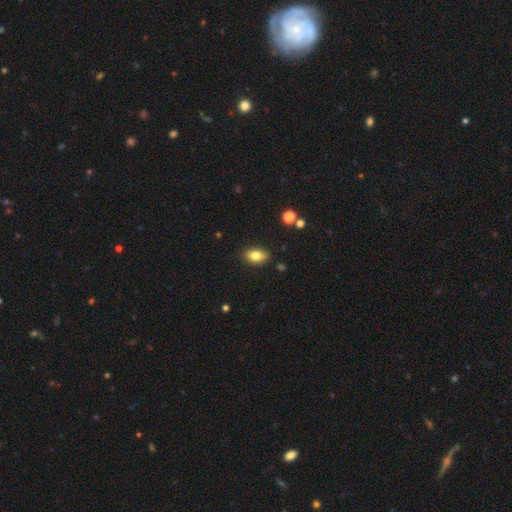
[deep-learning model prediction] Smooth or featured?
  - smooth: 81% *
  - featured or disk: 11%
  - star or artifact: 8%
How rounded?
  - in between: 88% *
  - round: 9%
  - cigar-shaped: 4%
Merging?
  - none: 85% *
  - minor disturbance: 11%
  - major disturbance: 2%
  - merger: 2%